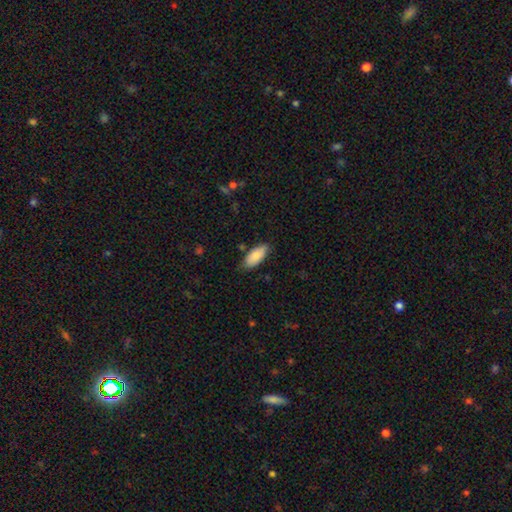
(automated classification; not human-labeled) smooth 84%, featured or disk 10%, star or artifact 6%. Down the decision tree: how rounded — in between (87%); merging — none (78%).